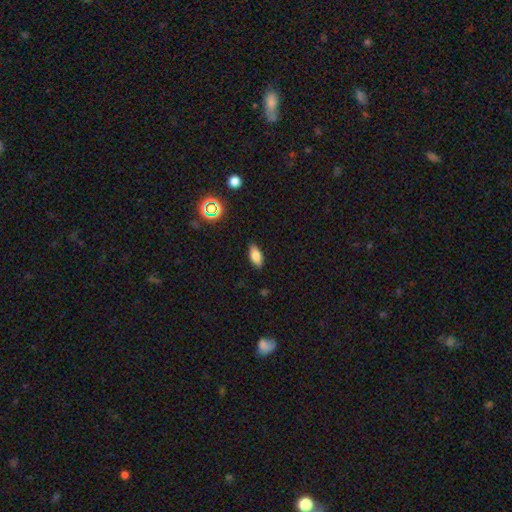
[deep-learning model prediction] smooth 79%, featured or disk 11%, star or artifact 10%. Down the decision tree: how rounded — in between (85%); merging — none (87%).